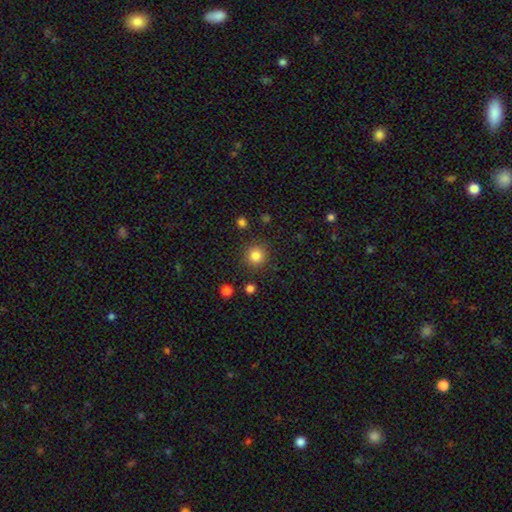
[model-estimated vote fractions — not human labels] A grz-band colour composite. It shows a smooth galaxy with no disk features (84%) that is round (93%). Merging: none (88%).